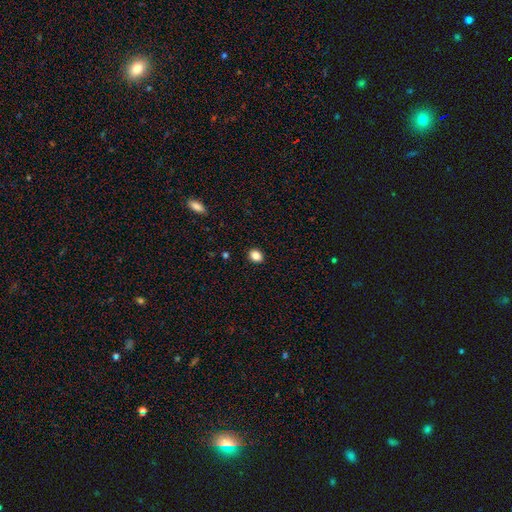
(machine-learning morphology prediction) smooth-or-featured: smooth: 86% | star or artifact: 10% | featured or disk: 4%
  how-rounded: in between: 52% | round: 47% | cigar-shaped: 1%
  merging: none: 90% | minor disturbance: 7% | major disturbance: 2% | merger: 1%